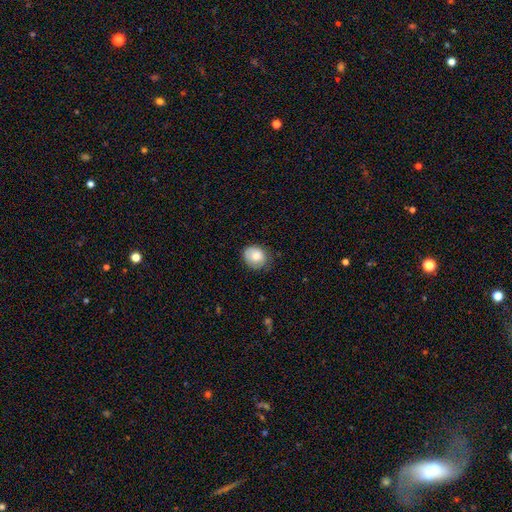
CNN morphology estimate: Smooth or featured?
  - smooth: 77% *
  - featured or disk: 15%
  - star or artifact: 8%
How rounded?
  - round: 64% *
  - in between: 35%
  - cigar-shaped: 1%
Merging?
  - none: 65% *
  - minor disturbance: 27%
  - major disturbance: 7%
  - merger: 1%